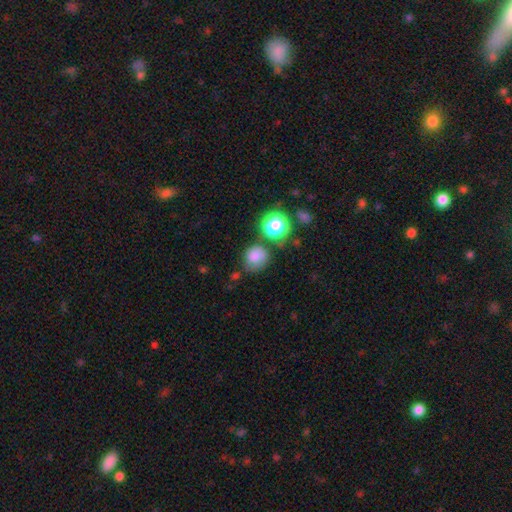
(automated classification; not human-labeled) A smooth galaxy with no disk features (78%) that is round (75%).

Vote fractions:
- Smooth or featured? smooth: 78% / star or artifact: 14% / featured or disk: 8%
- How rounded? round: 75% / in between: 24% / cigar-shaped: 1%
- Merging? none: 59% / minor disturbance: 23% / merger: 10% / major disturbance: 8%